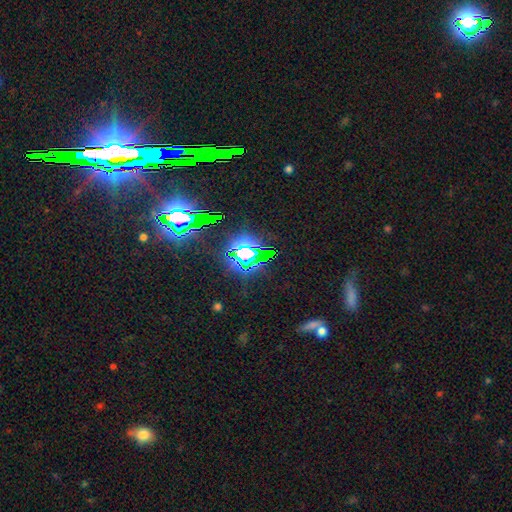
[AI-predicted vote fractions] Overall: star or artifact (77%).